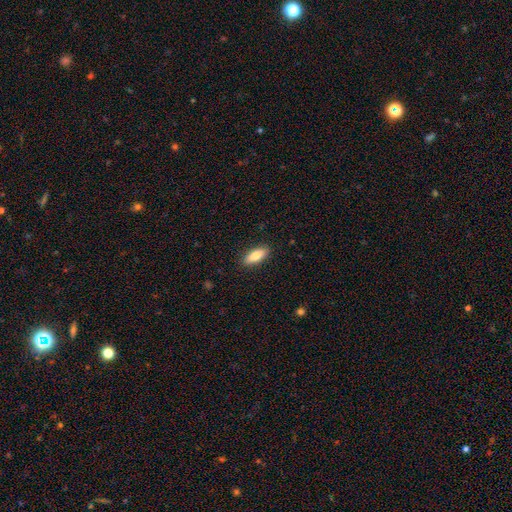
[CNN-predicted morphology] A smooth galaxy with no disk features (78%) that is in between round and cigar-shaped (68%).

Vote fractions:
- Smooth or featured? smooth: 78% / featured or disk: 15% / star or artifact: 6%
- How rounded? in between: 68% / cigar-shaped: 29% / round: 2%
- Merging? none: 89% / minor disturbance: 8% / major disturbance: 2% / merger: 1%